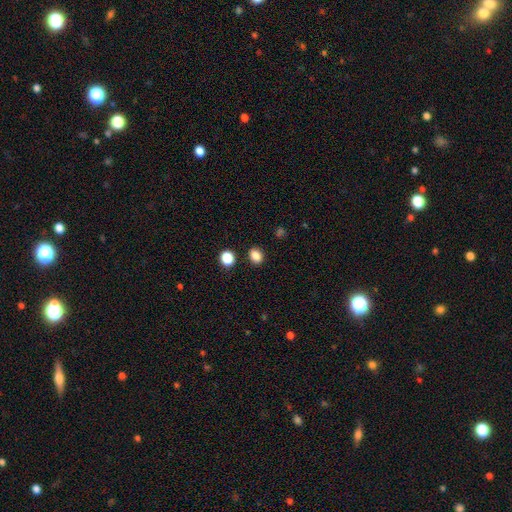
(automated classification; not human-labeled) A smooth galaxy with no disk features (85%) that is in between round and cigar-shaped (51%). Merging: none (87%).